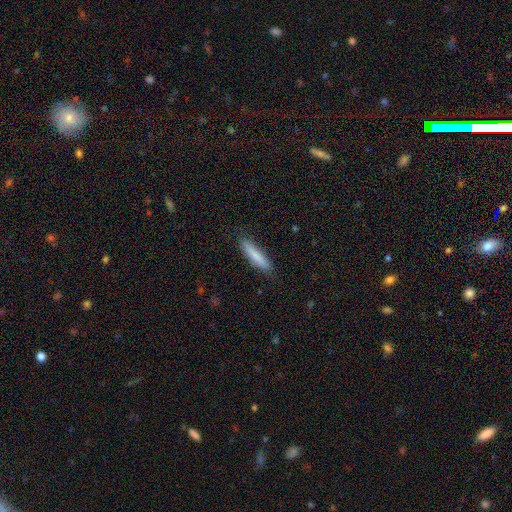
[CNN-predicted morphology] Q: Smooth or featured?
A: smooth (81%); runner-up: featured or disk (13%)
Q: How rounded?
A: cigar-shaped (88%); runner-up: in between (10%)
Q: Merging?
A: none (86%); runner-up: minor disturbance (11%)